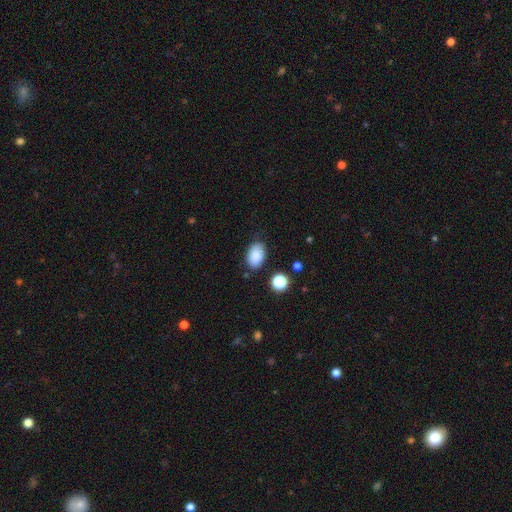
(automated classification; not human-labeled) smooth-or-featured: smooth: 87% | star or artifact: 8% | featured or disk: 5%
  how-rounded: in between: 87% | round: 12% | cigar-shaped: 1%
  merging: none: 77% | minor disturbance: 17% | major disturbance: 4% | merger: 3%